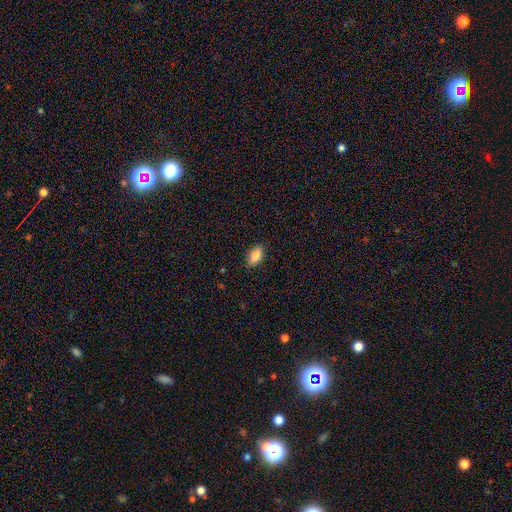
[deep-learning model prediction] This appears to be a smooth galaxy with no disk features (85%) that is in between round and cigar-shaped (89%). Merging: none (87%).